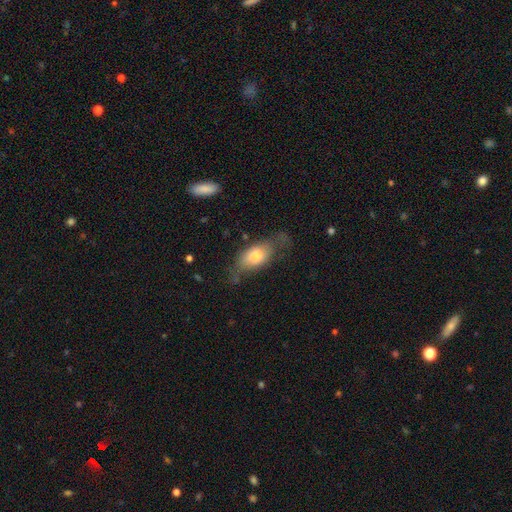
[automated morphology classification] smooth-or-featured: smooth: 66% | featured or disk: 27% | star or artifact: 7%
  how-rounded: in between: 86% | cigar-shaped: 8% | round: 6%
  merging: none: 45% | minor disturbance: 30% | major disturbance: 22% | merger: 3%